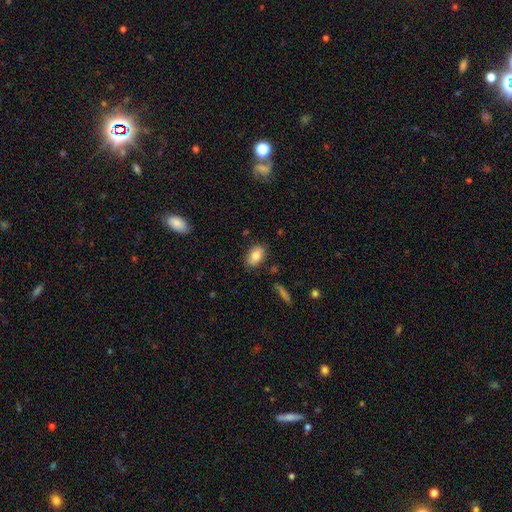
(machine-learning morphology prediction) Q: Smooth or featured?
A: smooth (79%); runner-up: featured or disk (13%)
Q: How rounded?
A: in between (87%); runner-up: round (11%)
Q: Merging?
A: none (84%); runner-up: minor disturbance (11%)